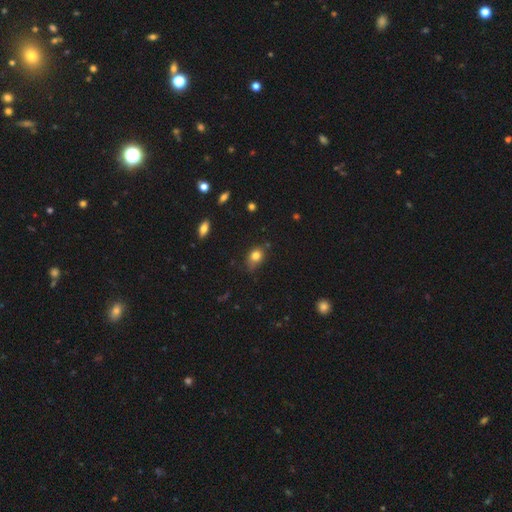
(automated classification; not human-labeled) Smooth or featured? smooth (80%)
How rounded? in between (55%)
Merging? none (60%)